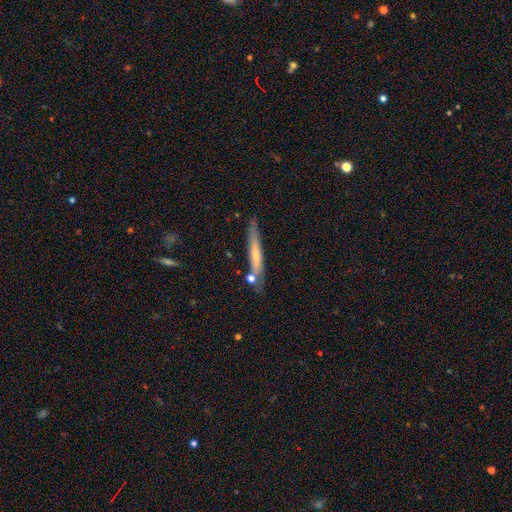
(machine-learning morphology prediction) smooth 52%, featured or disk 42%, star or artifact 7%. Down the decision tree: how rounded — cigar-shaped (94%); merging — none (72%).